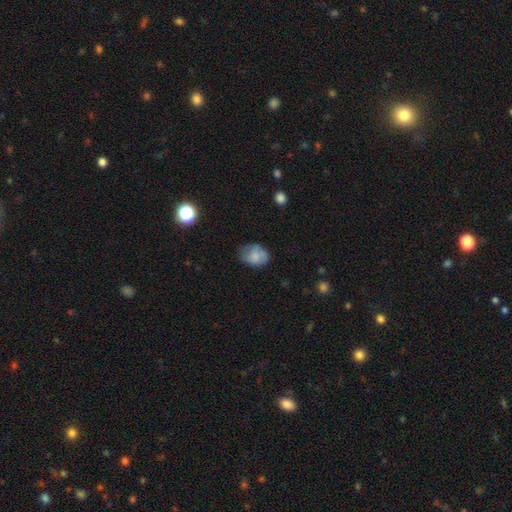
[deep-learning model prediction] A smooth galaxy with no disk features (75%) that is in between round and cigar-shaped (64%). Merging: none (57%).